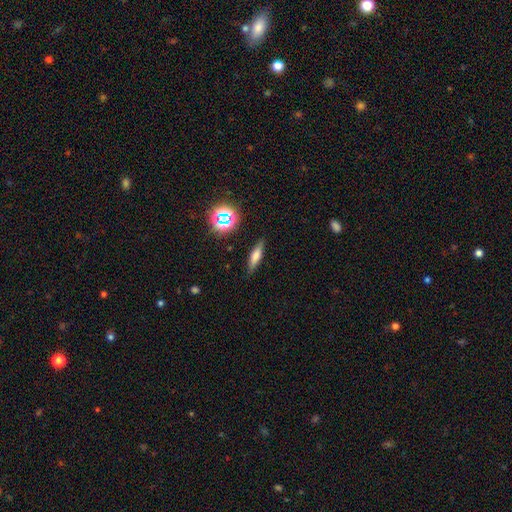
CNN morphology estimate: Smooth or featured?
  - smooth: 57% *
  - featured or disk: 30%
  - star or artifact: 13%
How rounded?
  - cigar-shaped: 70% *
  - in between: 26%
  - round: 4%
Merging?
  - none: 86% *
  - minor disturbance: 10%
  - major disturbance: 3%
  - merger: 2%